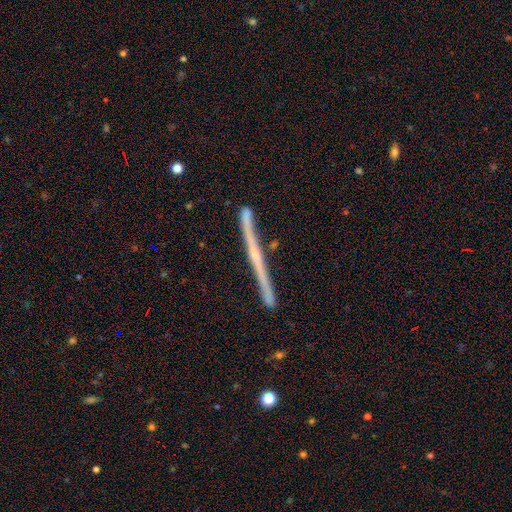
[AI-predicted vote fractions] Q: Smooth or featured?
A: featured or disk (70%); runner-up: smooth (23%)
Q: Edge-on disk?
A: yes (98%); runner-up: no (2%)
Q: Edge-on bulge?
A: none (65%); runner-up: rounded (28%)
Q: Merging?
A: none (88%); runner-up: minor disturbance (9%)